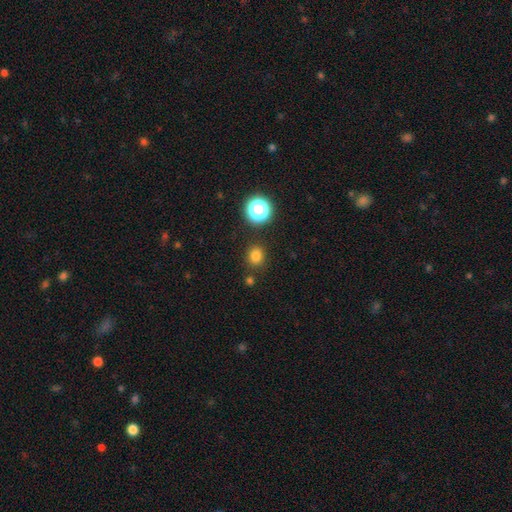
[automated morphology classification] type=smooth (79%); roundness=round (79%); merging=none (86%).